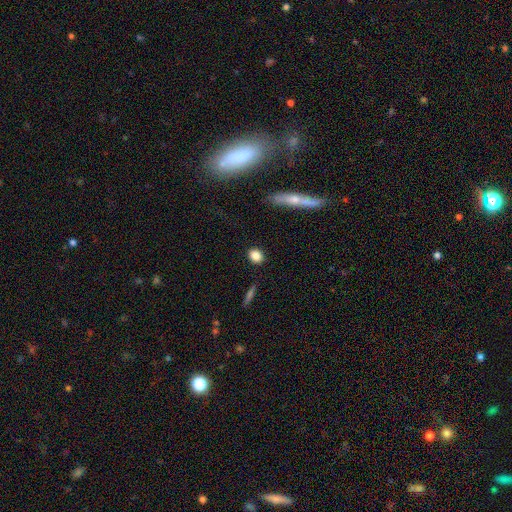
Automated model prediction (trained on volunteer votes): A smooth galaxy with no disk features (85%) that is round (58%).

Vote fractions:
- Smooth or featured? smooth: 85% / star or artifact: 9% / featured or disk: 6%
- How rounded? round: 58% / in between: 38% / cigar-shaped: 4%
- Merging? none: 88% / minor disturbance: 8% / major disturbance: 2% / merger: 2%